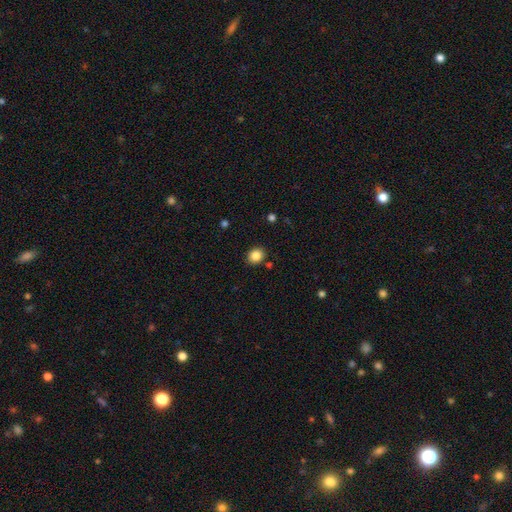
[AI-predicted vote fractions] Smooth or featured?
  - smooth: 85% *
  - star or artifact: 10%
  - featured or disk: 4%
How rounded?
  - round: 67% *
  - in between: 32%
  - cigar-shaped: 1%
Merging?
  - none: 86% *
  - minor disturbance: 9%
  - merger: 3%
  - major disturbance: 2%